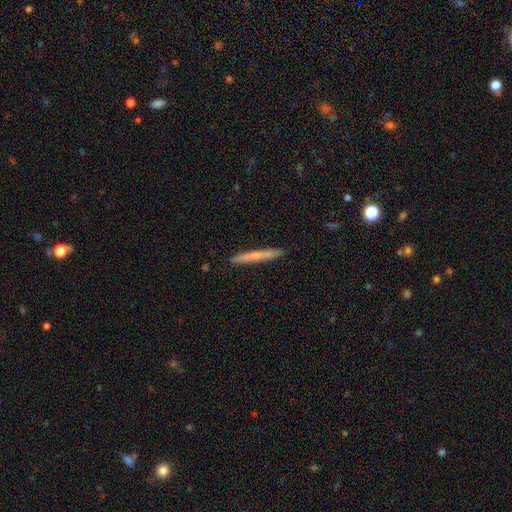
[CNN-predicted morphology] smooth 57%, featured or disk 37%, star or artifact 6%. Down the decision tree: how rounded — cigar-shaped (97%); merging — none (91%).